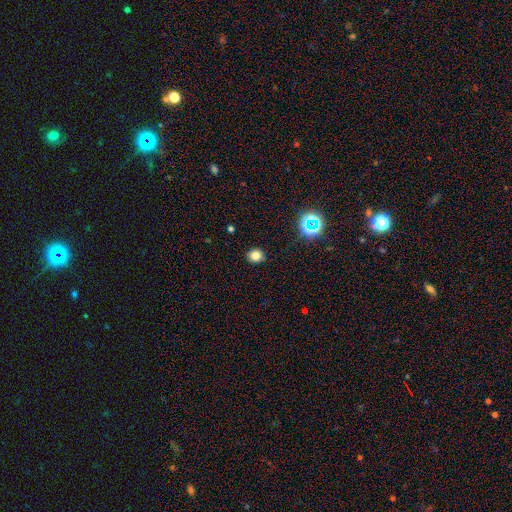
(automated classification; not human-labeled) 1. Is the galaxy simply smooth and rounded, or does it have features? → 78% smooth, 16% star or artifact, 6% featured or disk.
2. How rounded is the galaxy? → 85% round, 14% in between, 1% cigar-shaped.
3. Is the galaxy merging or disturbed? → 91% none, 6% minor disturbance, 2% major disturbance, 1% merger.